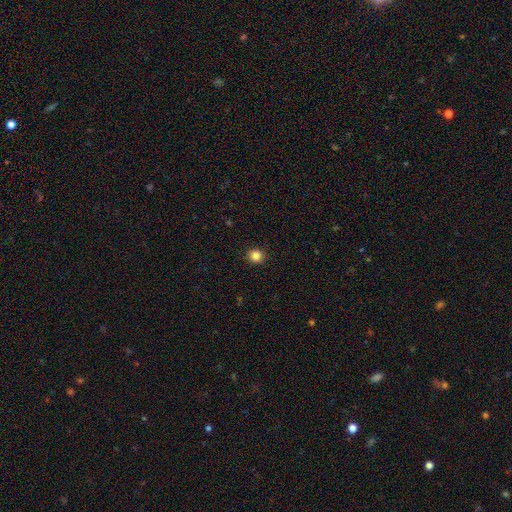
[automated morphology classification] This appears to be a smooth galaxy with no disk features (85%) that is round (88%). Merging: none (92%).